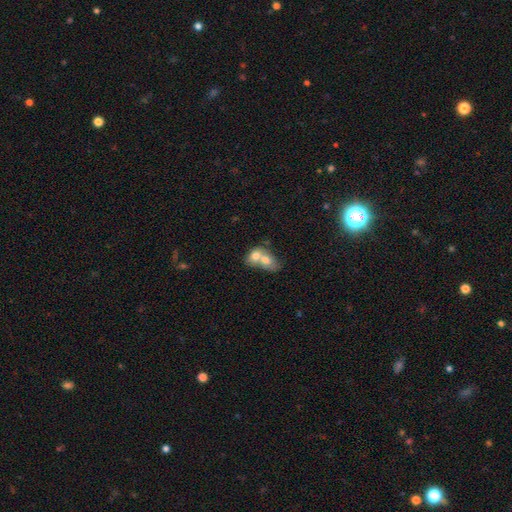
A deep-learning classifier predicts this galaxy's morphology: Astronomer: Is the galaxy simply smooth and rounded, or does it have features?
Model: smooth — 70%.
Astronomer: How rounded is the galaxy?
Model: in between — 67%.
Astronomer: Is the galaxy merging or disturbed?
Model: merger — 80%.